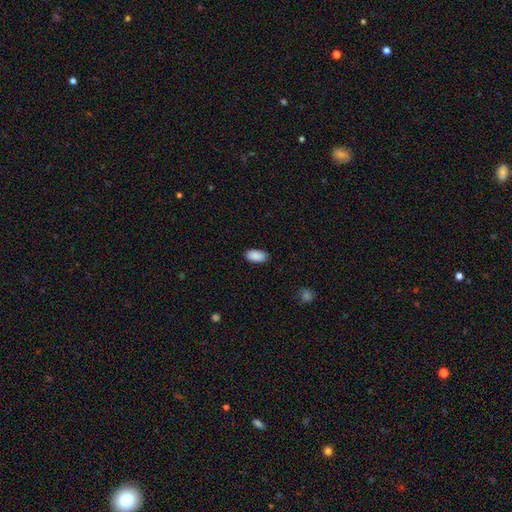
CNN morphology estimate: The model was most divided on "merging": none: 85%, minor disturbance: 11%, major disturbance: 2%, merger: 1%. More confident: how rounded — in between (94%); smooth or featured — smooth (90%).